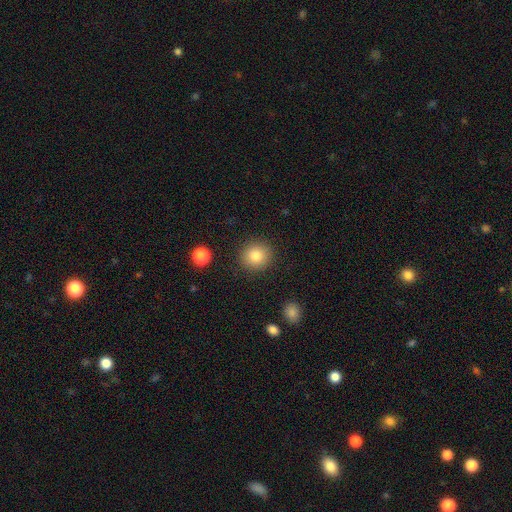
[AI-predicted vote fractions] This is clearly a smooth galaxy (82%). How rounded: clearly round (89%). Merging: clearly none (89%).